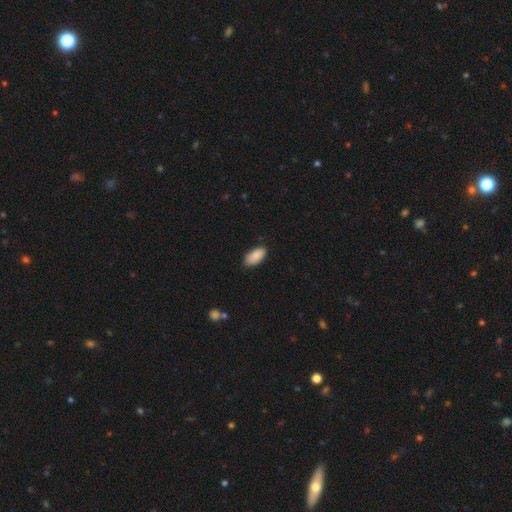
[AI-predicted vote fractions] Smooth or featured? smooth (88%)
How rounded? in between (93%)
Merging? none (78%)